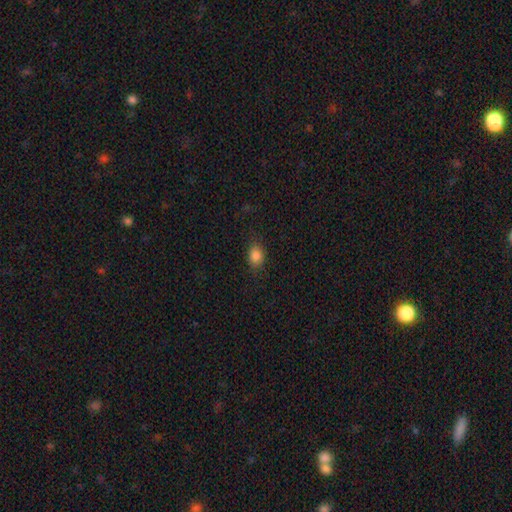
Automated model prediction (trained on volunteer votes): Smooth or featured? Predicted: smooth (p=0.85). How rounded? Predicted: in between (p=0.64). Merging? Predicted: none (p=0.80).